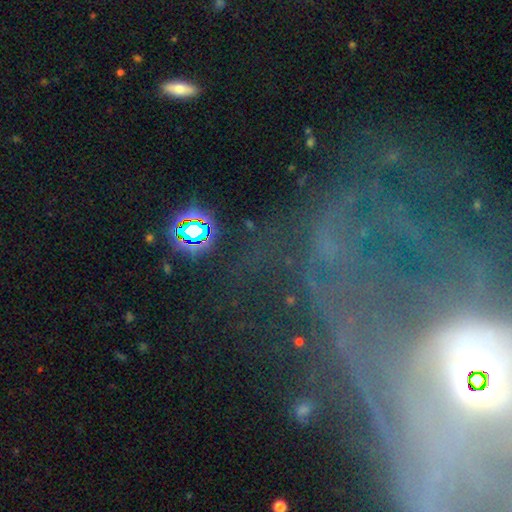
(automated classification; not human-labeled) Overall: featured or disk (55%; star or artifact 28%). Edge-on disk: no (85%). Merging: none (65%).